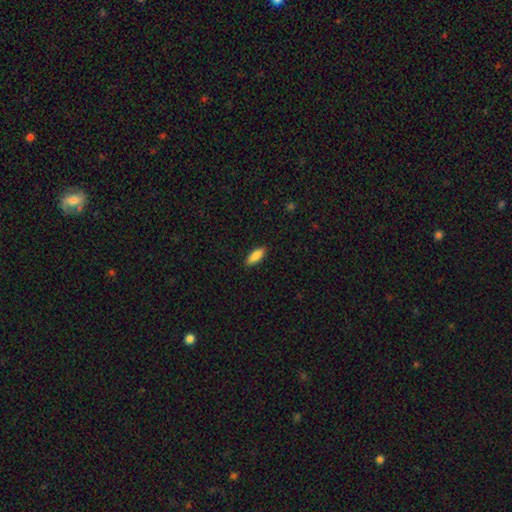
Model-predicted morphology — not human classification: smooth_or_featured: smooth (p=0.87) [alt: featured or disk p=0.07]
how_rounded: in between (p=0.69) [alt: cigar-shaped p=0.29]
merging: none (p=0.89) [alt: minor disturbance p=0.08]